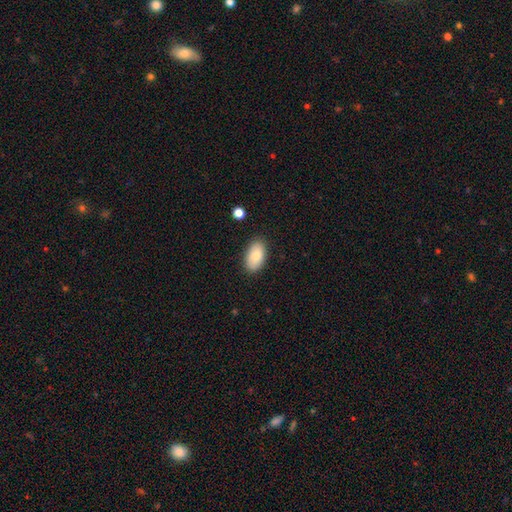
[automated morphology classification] type=smooth (81%); roundness=in between (94%); merging=none (86%).